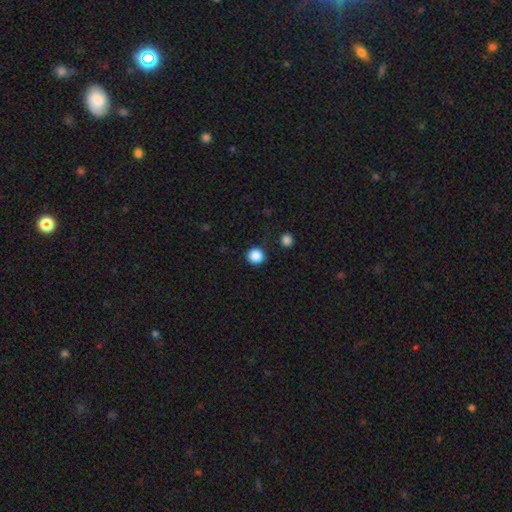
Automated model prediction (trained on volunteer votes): smooth 87%, star or artifact 10%, featured or disk 3%. Down the decision tree: how rounded — round (93%); merging — none (88%).